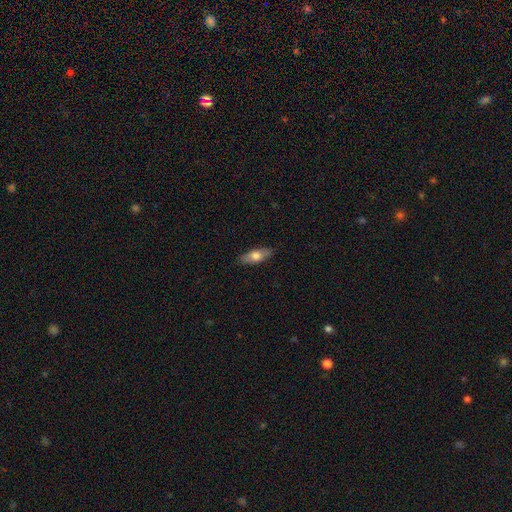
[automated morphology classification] The model was most divided on "smooth or featured": smooth: 66%, featured or disk: 28%, star or artifact: 6%. More confident: merging — none (87%); how rounded — in between (69%).